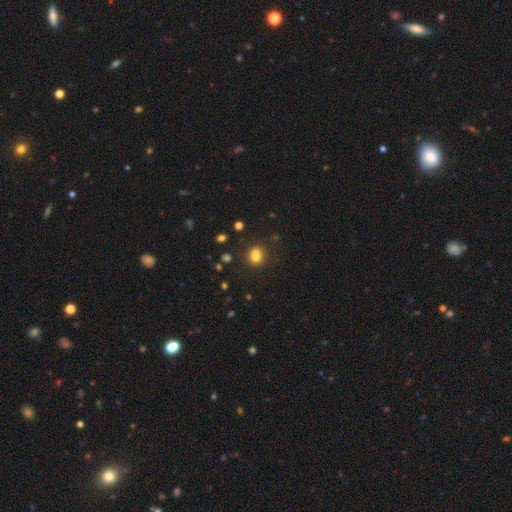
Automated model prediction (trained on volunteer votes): Smooth or featured? smooth (79%)
How rounded? round (57%)
Merging? none (67%)